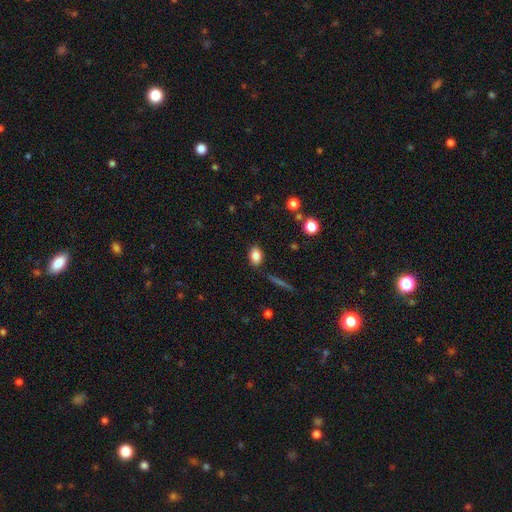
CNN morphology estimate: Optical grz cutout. It shows a smooth galaxy with no disk features (84%) that is in between round and cigar-shaped (85%). Merging: none (84%).